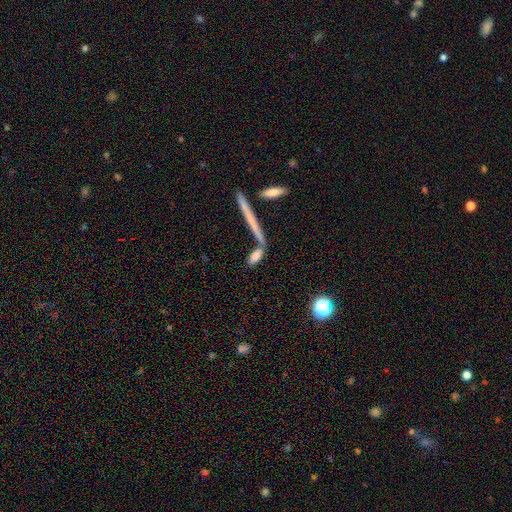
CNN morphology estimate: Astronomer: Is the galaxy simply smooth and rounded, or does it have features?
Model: smooth — 74%.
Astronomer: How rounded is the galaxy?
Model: cigar-shaped — 49% (runner-up: in between, 47%).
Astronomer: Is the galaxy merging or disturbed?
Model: none — 55%.